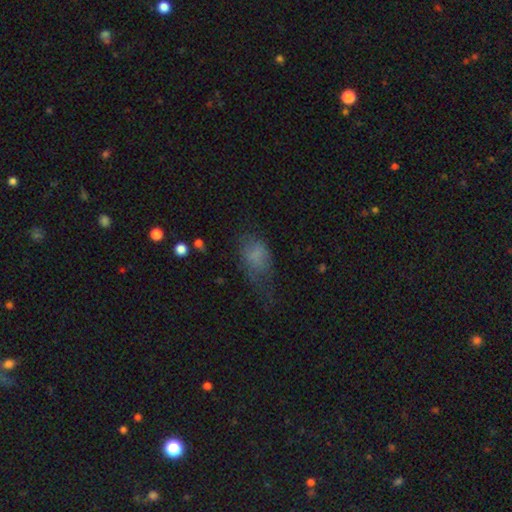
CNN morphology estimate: smooth 67%, featured or disk 20%, star or artifact 13%. Down the decision tree: how rounded — in between (86%); merging — major disturbance (38%).